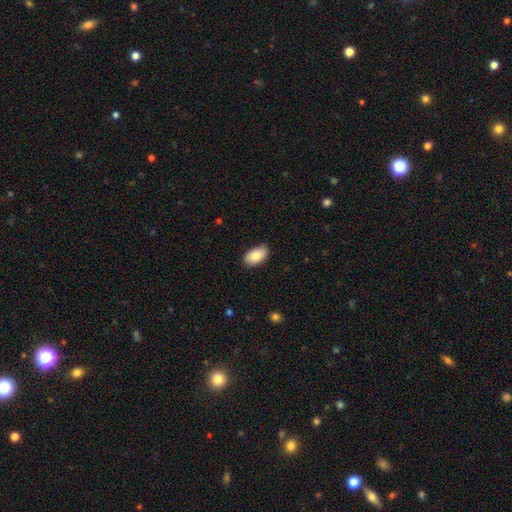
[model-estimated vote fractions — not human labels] Smooth or featured? Predicted: smooth (p=0.82). How rounded? Predicted: in between (p=0.93). Merging? Predicted: none (p=0.82).